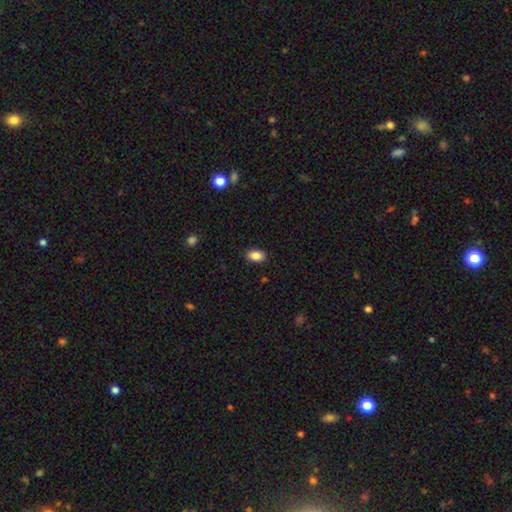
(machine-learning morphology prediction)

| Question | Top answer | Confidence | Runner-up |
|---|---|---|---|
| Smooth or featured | smooth | 87% | star or artifact (8%) |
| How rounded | in between | 88% | round (11%) |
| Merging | none | 88% | minor disturbance (8%) |